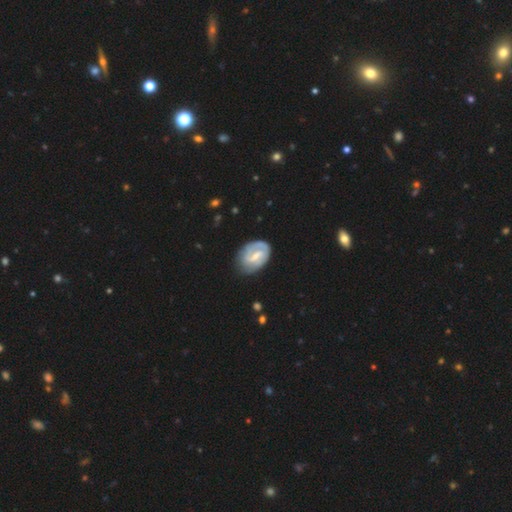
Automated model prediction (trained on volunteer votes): A featured or disk galaxy (70%) with a weak bar (52%), 2 (54%) tight (47%) spiral arms (81%) and a small central bulge (44%).

Vote fractions:
- Smooth or featured? featured or disk: 70% / smooth: 25% / star or artifact: 5%
- Edge-on disk? no: 97% / yes: 3%
- Bar? weak: 52% / strong: 32% / no: 15%
- Spiral arms? yes: 81% / no: 19%
- Spiral winding? tight: 47% / medium: 35% / loose: 18%
- Spiral arm count? 2: 54% / can't tell: 21% / 1: 19% / 3: 3% / 4: 1% / more than 4: 1%
- Bulge size? small: 44% / moderate: 40% / none: 11% / large: 4% / dominant: 1%
- Merging? none: 62% / minor disturbance: 26% / major disturbance: 10% / merger: 2%